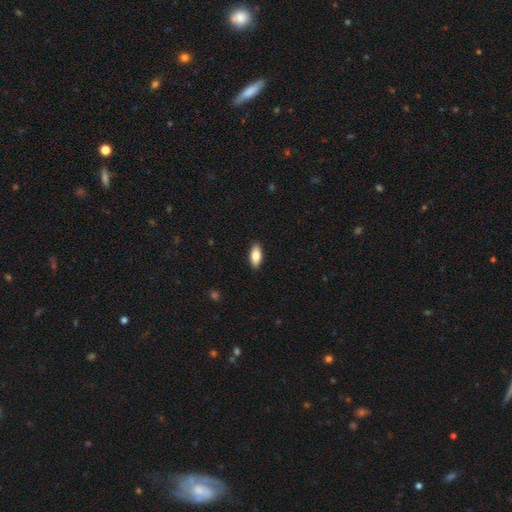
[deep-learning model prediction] Smooth or featured: smooth — 83% (featured or disk — 11%)
How rounded: in between — 85% (cigar-shaped — 13%)
Merging: none — 90% (minor disturbance — 8%)